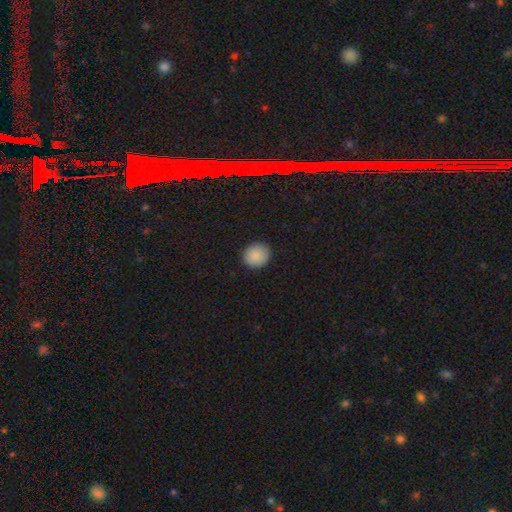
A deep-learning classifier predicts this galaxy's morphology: Smooth or featured? smooth (88%)
How rounded? round (82%)
Merging? none (90%)